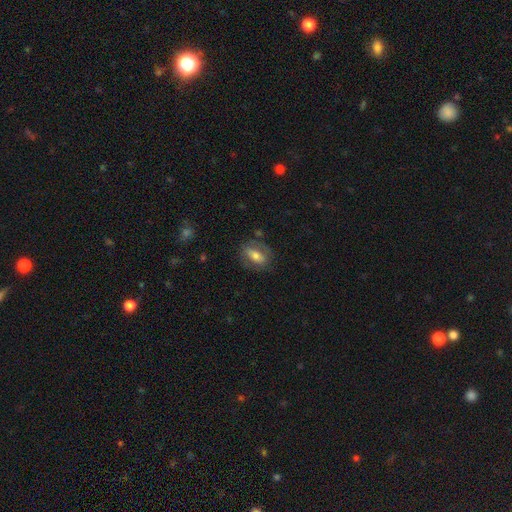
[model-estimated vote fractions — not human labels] A smooth galaxy with no disk features (55%) that is in between round and cigar-shaped (79%).

Vote fractions:
- Smooth or featured? smooth: 55% / featured or disk: 37% / star or artifact: 8%
- How rounded? in between: 79% / round: 15% / cigar-shaped: 6%
- Merging? none: 71% / minor disturbance: 17% / major disturbance: 9% / merger: 3%